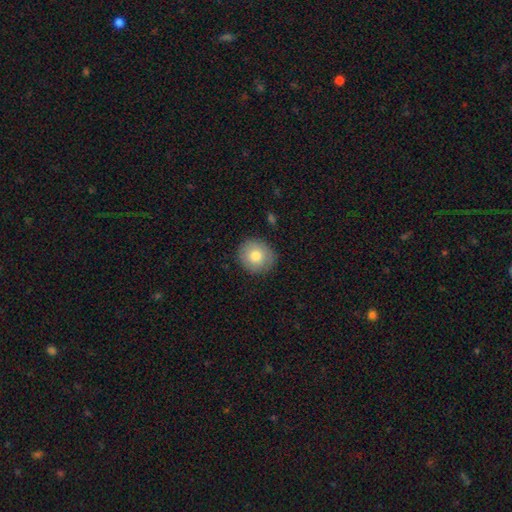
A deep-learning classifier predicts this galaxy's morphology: smooth 78%, featured or disk 13%, star or artifact 8%. Down the decision tree: how rounded — round (88%); merging — none (88%).